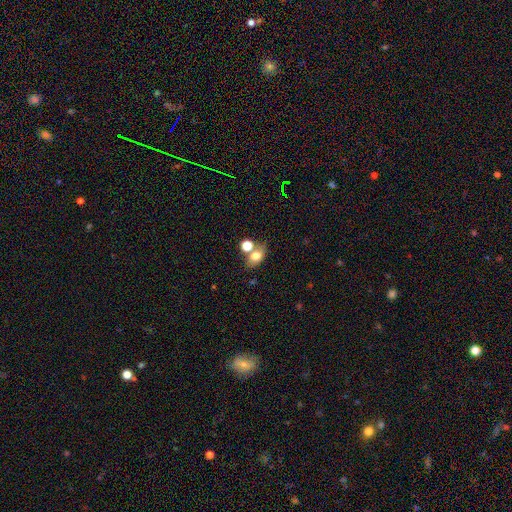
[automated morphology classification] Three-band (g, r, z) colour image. It shows a smooth galaxy with no disk features (75%) that is in between round and cigar-shaped (71%). Merging: none (54%).